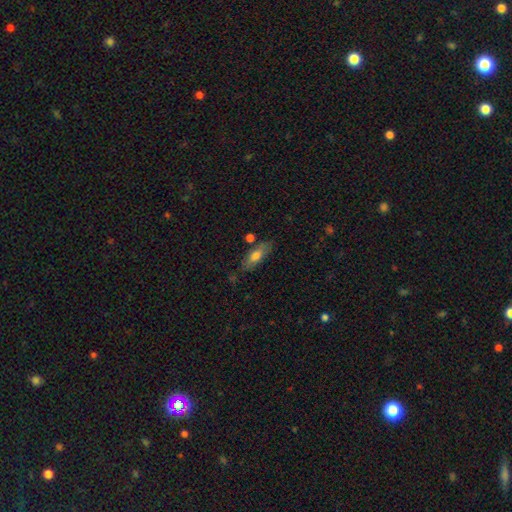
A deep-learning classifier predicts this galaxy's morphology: A smooth galaxy with no disk features (66%) that is in between round and cigar-shaped (64%).

Vote fractions:
- Smooth or featured? smooth: 66% / featured or disk: 27% / star or artifact: 7%
- How rounded? in between: 64% / cigar-shaped: 33% / round: 3%
- Merging? none: 73% / minor disturbance: 16% / merger: 7% / major disturbance: 4%